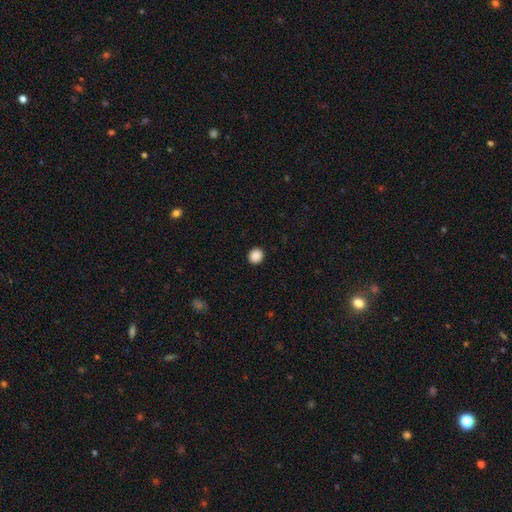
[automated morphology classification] Overall: smooth (89%). How rounded: round (81%). Merging: none (92%).